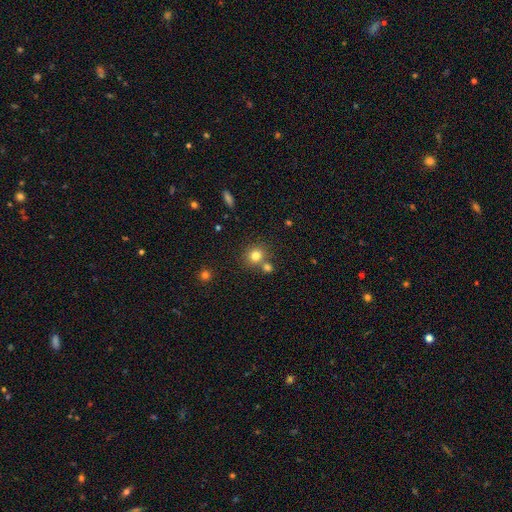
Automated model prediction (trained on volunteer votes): smooth 79%, star or artifact 13%, featured or disk 8%. Down the decision tree: how rounded — round (83%); merging — none (67%).